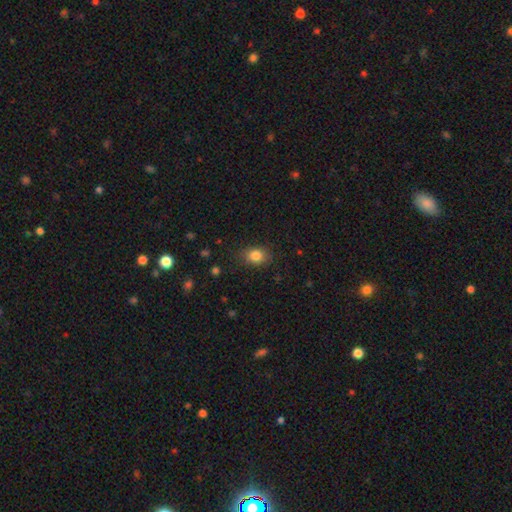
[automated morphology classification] Q: Smooth or featured?
A: smooth (84%); runner-up: star or artifact (10%)
Q: How rounded?
A: in between (63%); runner-up: round (36%)
Q: Merging?
A: none (81%); runner-up: minor disturbance (14%)